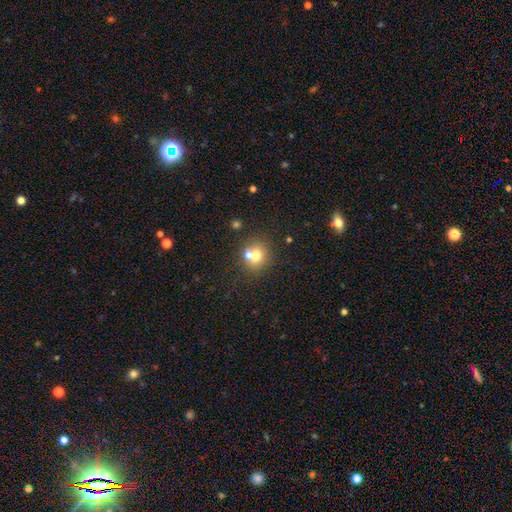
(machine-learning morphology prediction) Overall: smooth (68%). How rounded: round (81%). Merging: none (49%; merger 40%).